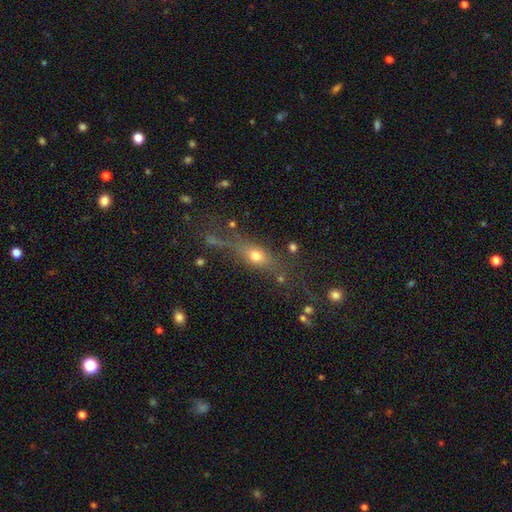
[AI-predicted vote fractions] This appears to be a smooth galaxy with no disk features (55%) that is in between round and cigar-shaped (50%). Merging: none (55%).